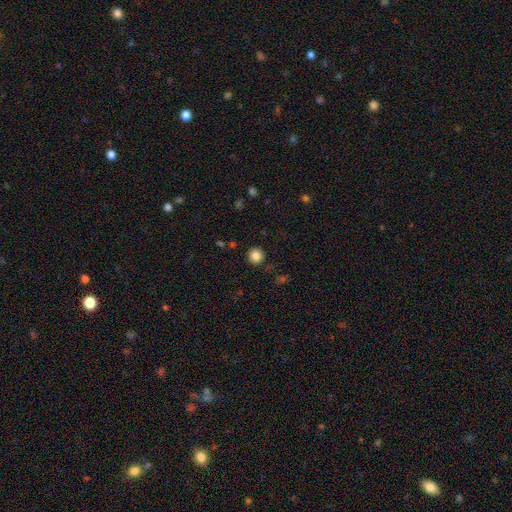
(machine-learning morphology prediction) smooth_or_featured: smooth (p=0.84) [alt: star or artifact p=0.11]
how_rounded: round (p=0.94) [alt: in between p=0.05]
merging: none (p=0.90) [alt: minor disturbance p=0.06]